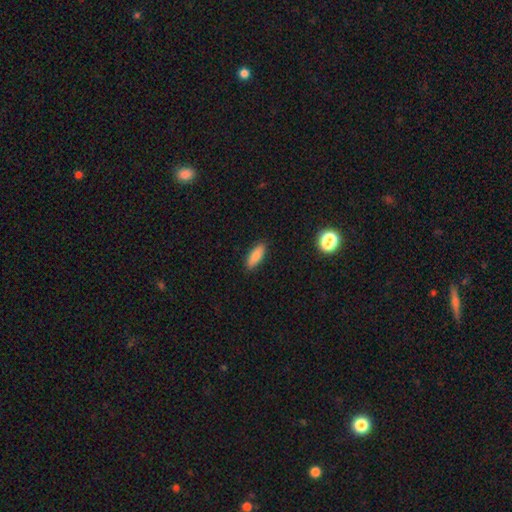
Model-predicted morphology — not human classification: Q: Smooth or featured?
A: smooth (83%); runner-up: featured or disk (9%)
Q: How rounded?
A: in between (67%); runner-up: cigar-shaped (31%)
Q: Merging?
A: none (88%); runner-up: minor disturbance (9%)